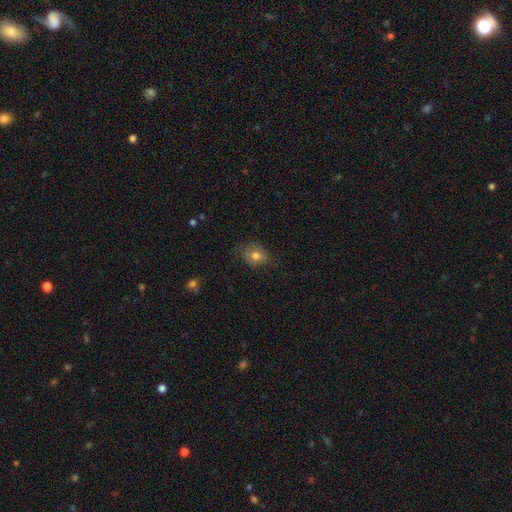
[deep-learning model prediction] The model was most divided on "how rounded": in between: 52%, round: 47%, cigar-shaped: 1%. More confident: smooth or featured — smooth (77%); merging — none (68%).